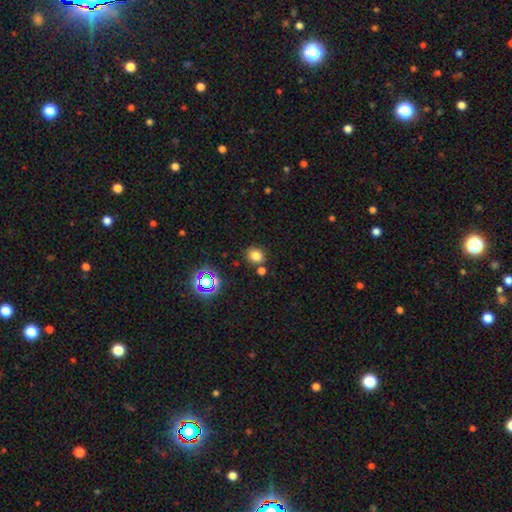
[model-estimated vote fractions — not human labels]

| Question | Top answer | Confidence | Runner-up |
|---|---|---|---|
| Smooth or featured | smooth | 76% | star or artifact (18%) |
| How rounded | round | 66% | in between (33%) |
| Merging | none | 76% | minor disturbance (11%) |